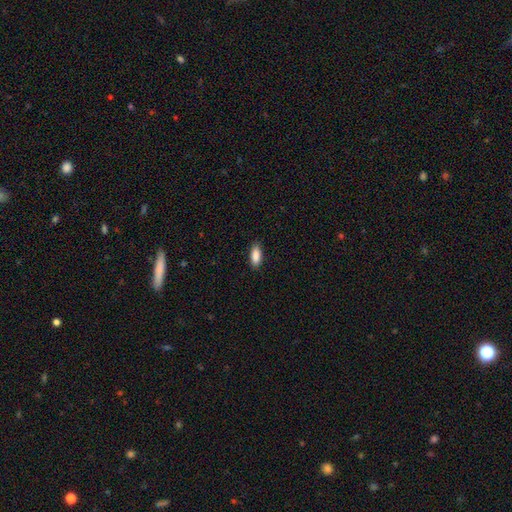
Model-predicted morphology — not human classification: This appears to be a smooth galaxy with no disk features (88%) that is in between round and cigar-shaped (79%). Merging: none (86%).